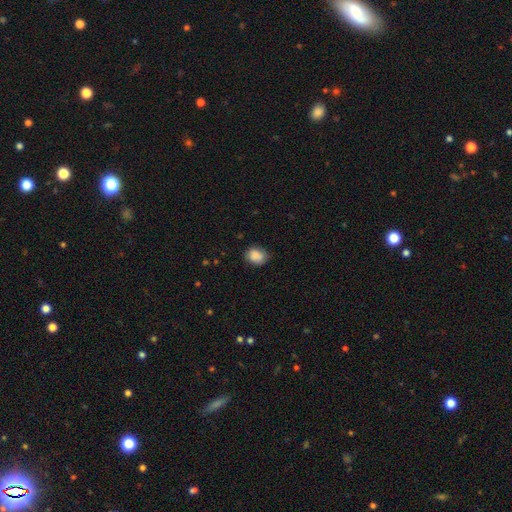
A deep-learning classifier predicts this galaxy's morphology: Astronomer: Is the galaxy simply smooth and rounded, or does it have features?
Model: smooth — 87%.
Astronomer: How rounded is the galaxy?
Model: in between — 50% (runner-up: round, 49%).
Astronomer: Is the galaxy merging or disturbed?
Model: none — 72%.